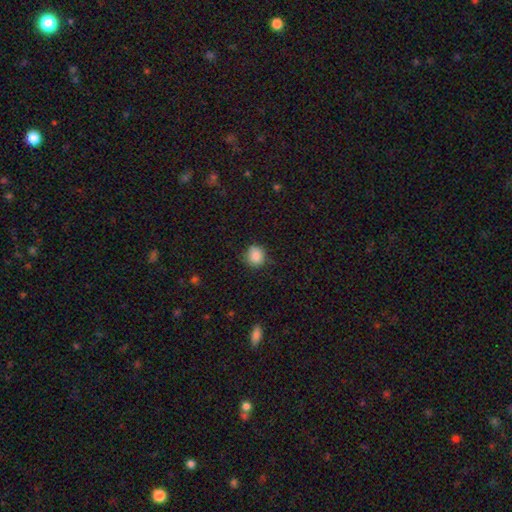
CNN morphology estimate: A smooth galaxy with no disk features (86%) that is round (81%).

Vote fractions:
- Smooth or featured? smooth: 86% / star or artifact: 9% / featured or disk: 4%
- How rounded? round: 81% / in between: 18% / cigar-shaped: 1%
- Merging? none: 79% / minor disturbance: 16% / major disturbance: 4% / merger: 1%